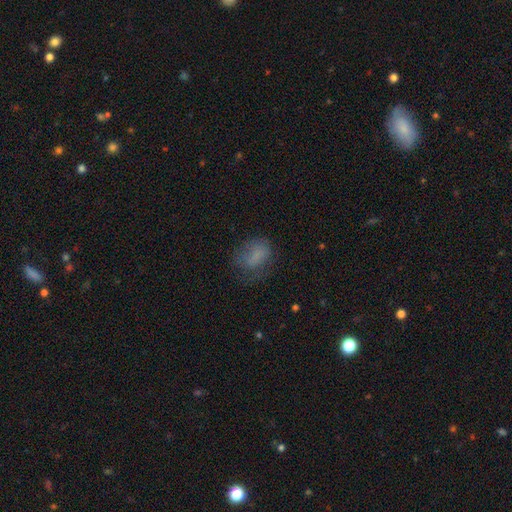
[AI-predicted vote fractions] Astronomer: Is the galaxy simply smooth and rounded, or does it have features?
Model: smooth — 71%.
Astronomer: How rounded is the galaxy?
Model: in between — 76%.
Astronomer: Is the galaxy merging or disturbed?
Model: none — 50% (runner-up: minor disturbance, 25%).